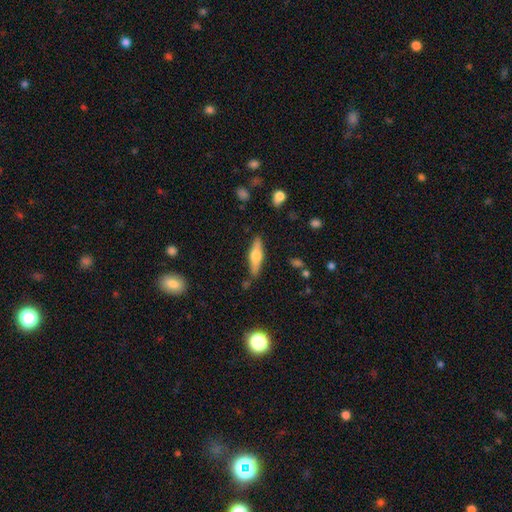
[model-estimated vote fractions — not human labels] smooth 47% (tied), featured or disk 47% (tied), star or artifact 6%. Down the decision tree: merging — none (81%).